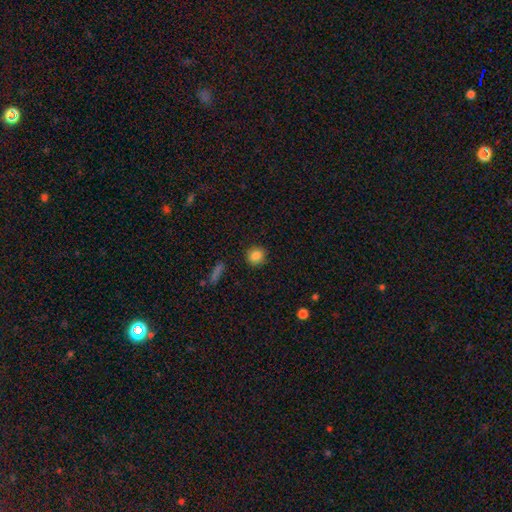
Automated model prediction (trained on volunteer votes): Smooth or featured?
  - smooth: 85% *
  - star or artifact: 10%
  - featured or disk: 5%
How rounded?
  - round: 84% *
  - in between: 14%
  - cigar-shaped: 1%
Merging?
  - none: 89% *
  - minor disturbance: 8%
  - major disturbance: 2%
  - merger: 2%